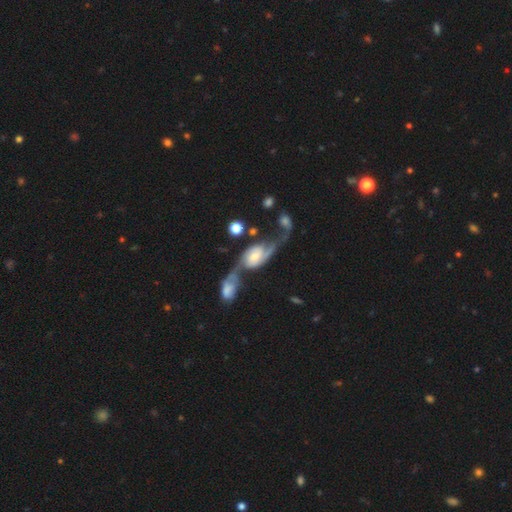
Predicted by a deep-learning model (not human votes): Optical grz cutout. It shows a featured or disk galaxy (85%) with no bar (51%), 2 (88%) loose (58%) spiral arms (95%) and a moderate central bulge (37%, tied with small). Merging: merger (61%).